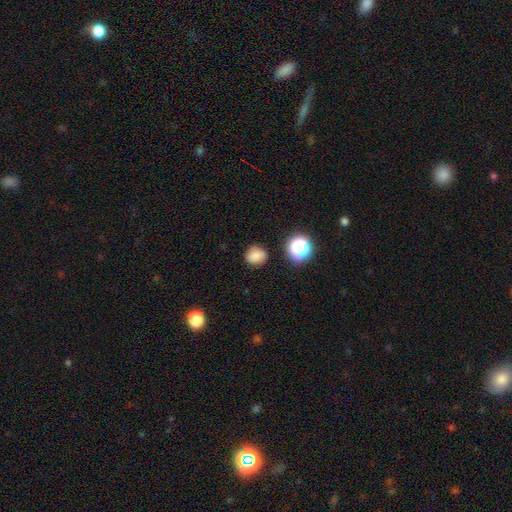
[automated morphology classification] Smooth or featured: smooth — 80% (star or artifact — 14%)
How rounded: round — 76% (in between — 23%)
Merging: none — 80% (minor disturbance — 14%)